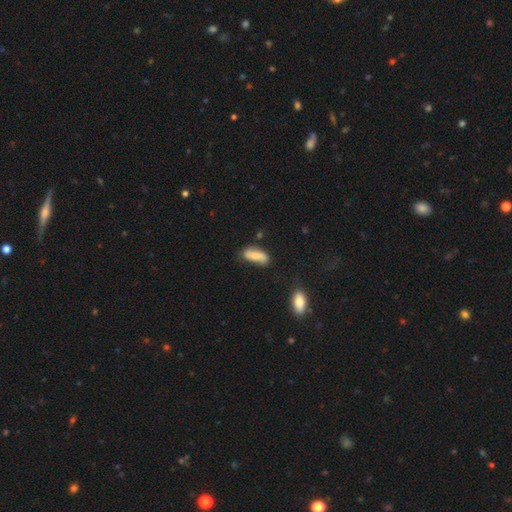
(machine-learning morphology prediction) Overall: smooth (68%). How rounded: in between (74%). Merging: none (63%; minor disturbance 25%).